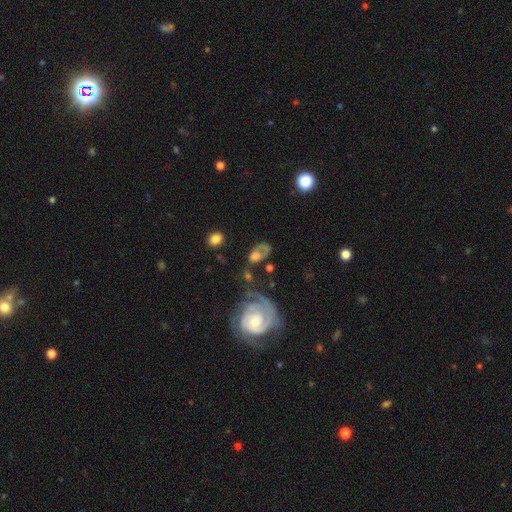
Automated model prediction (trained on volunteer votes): Smooth or featured?
  - featured or disk: 48% *
  - smooth: 42%
  - star or artifact: 10%
Merging?
  - none: 38% *
  - major disturbance: 25%
  - minor disturbance: 22%
  - merger: 15%